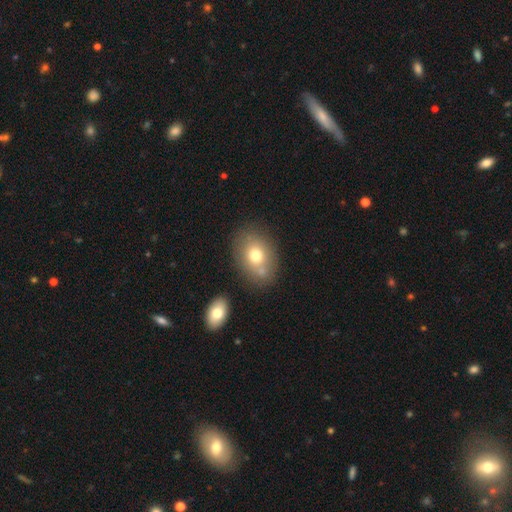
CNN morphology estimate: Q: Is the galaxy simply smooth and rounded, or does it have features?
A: smooth — 72%.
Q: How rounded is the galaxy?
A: in between — 66%.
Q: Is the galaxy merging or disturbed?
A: none — 66%.